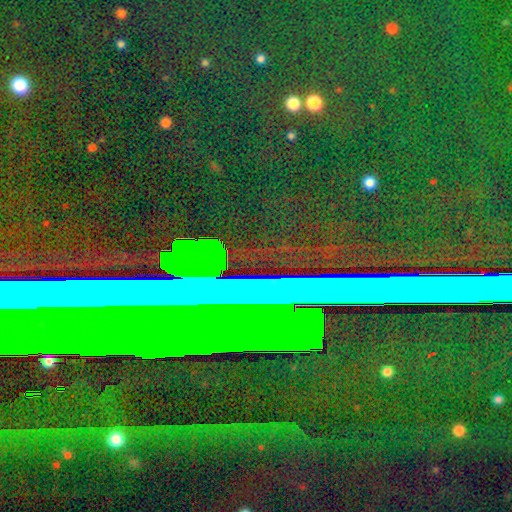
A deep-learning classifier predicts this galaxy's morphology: type=star or artifact (87%).